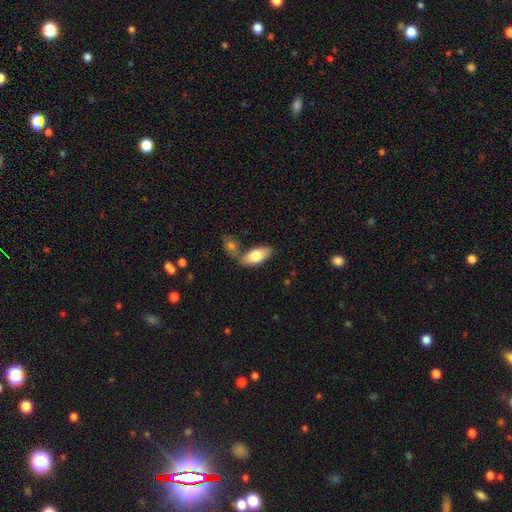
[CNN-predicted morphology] Smooth or featured: smooth — 76% (featured or disk — 18%)
How rounded: in between — 89% (cigar-shaped — 8%)
Merging: none — 59% (merger — 23%)